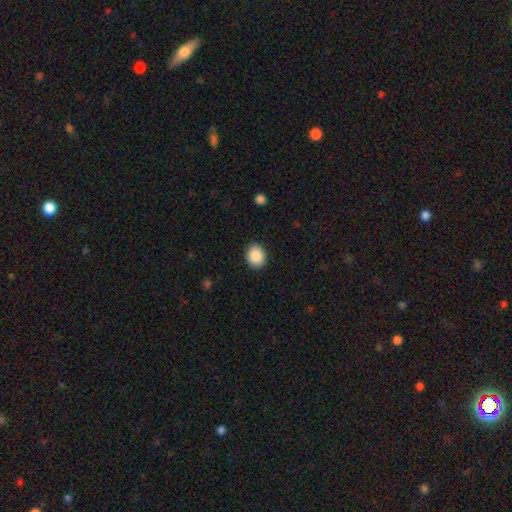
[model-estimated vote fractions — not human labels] smooth 89%, star or artifact 8%, featured or disk 4%. Down the decision tree: how rounded — round (50%); merging — none (88%).